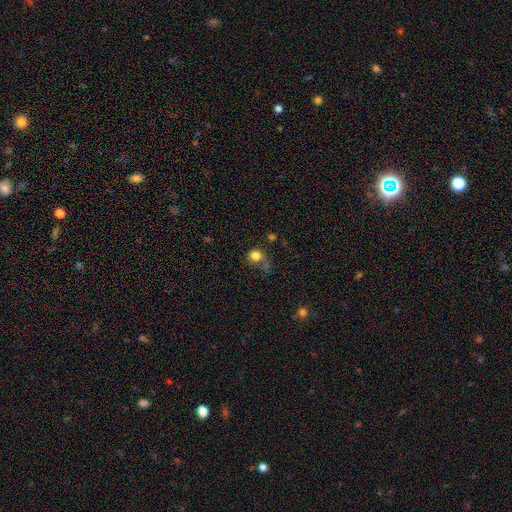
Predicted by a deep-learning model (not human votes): smooth_or_featured: smooth (p=0.80) [alt: star or artifact p=0.11]
how_rounded: round (p=0.84) [alt: in between p=0.15]
merging: none (p=0.53) [alt: minor disturbance p=0.20]